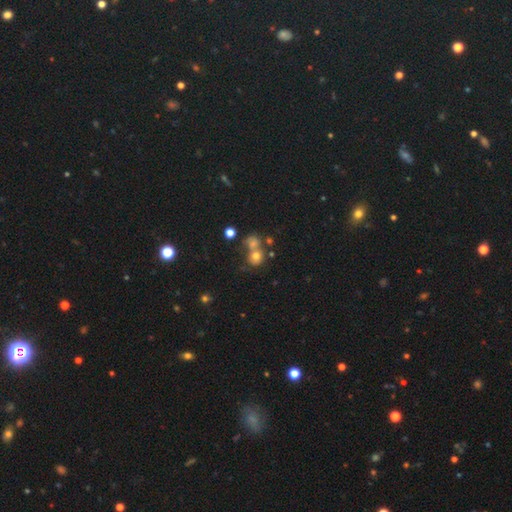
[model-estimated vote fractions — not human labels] A smooth galaxy with no disk features (69%) that is round (75%).

Vote fractions:
- Smooth or featured? smooth: 69% / star or artifact: 16% / featured or disk: 15%
- How rounded? round: 75% / in between: 24% / cigar-shaped: 1%
- Merging? merger: 45% / none: 40% / minor disturbance: 10% / major disturbance: 6%